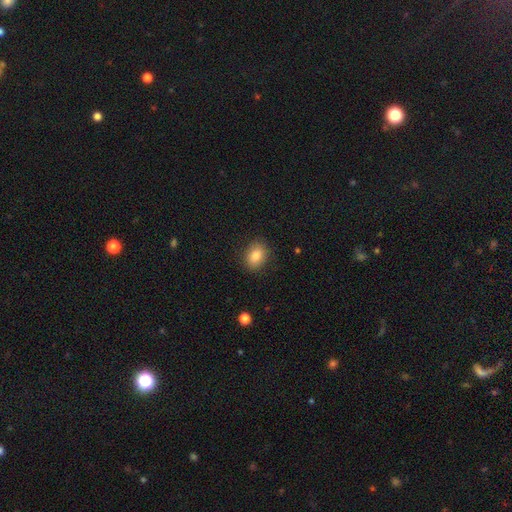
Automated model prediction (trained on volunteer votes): Smooth or featured? smooth (84%)
How rounded? in between (66%)
Merging? none (86%)